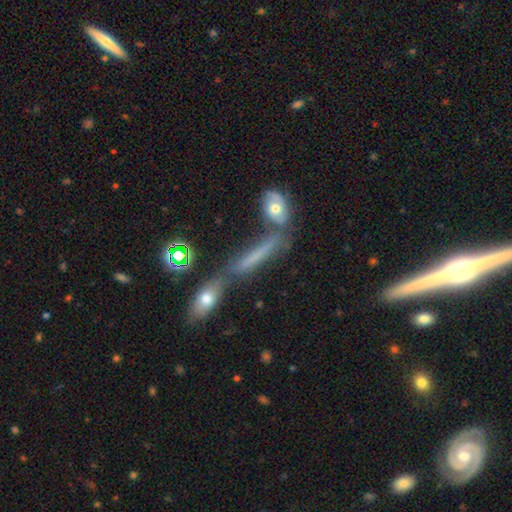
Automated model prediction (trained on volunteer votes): Overall: smooth (45%; featured or disk 41%). Merging: none (52%; merger 24%).